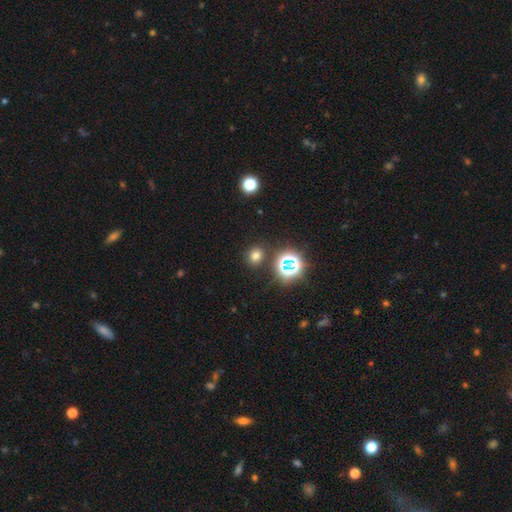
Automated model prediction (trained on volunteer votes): smooth-or-featured: smooth: 69% | star or artifact: 25% | featured or disk: 6%
  how-rounded: round: 72% | in between: 27% | cigar-shaped: 1%
  merging: none: 86% | minor disturbance: 8% | merger: 3% | major disturbance: 3%